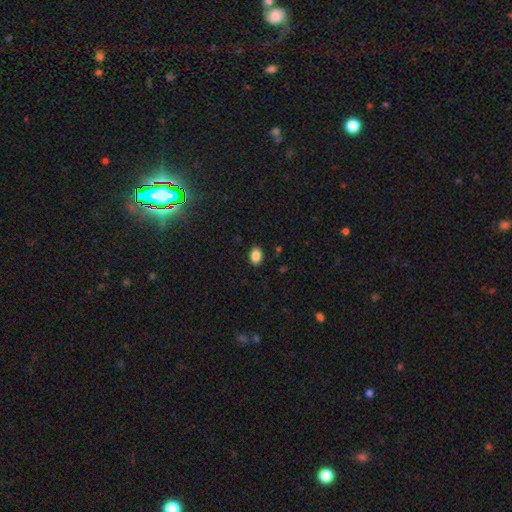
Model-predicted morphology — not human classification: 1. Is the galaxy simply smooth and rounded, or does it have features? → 87% smooth, 9% star or artifact, 4% featured or disk.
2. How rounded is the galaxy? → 72% in between, 27% round, 1% cigar-shaped.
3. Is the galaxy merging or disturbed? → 89% none, 8% minor disturbance, 2% major disturbance, 1% merger.